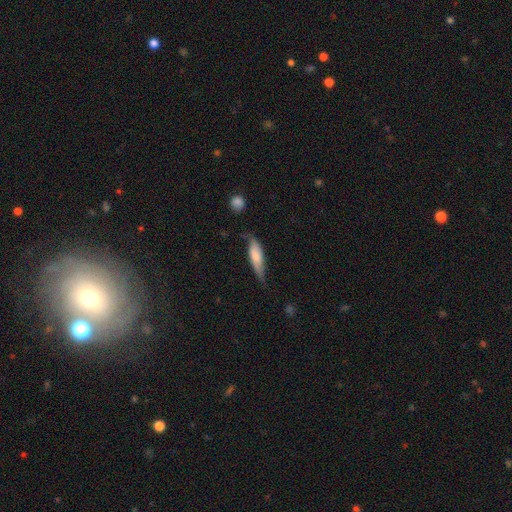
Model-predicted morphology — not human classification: Smooth or featured? smooth (62%)
How rounded? cigar-shaped (55%)
Merging? none (52%)